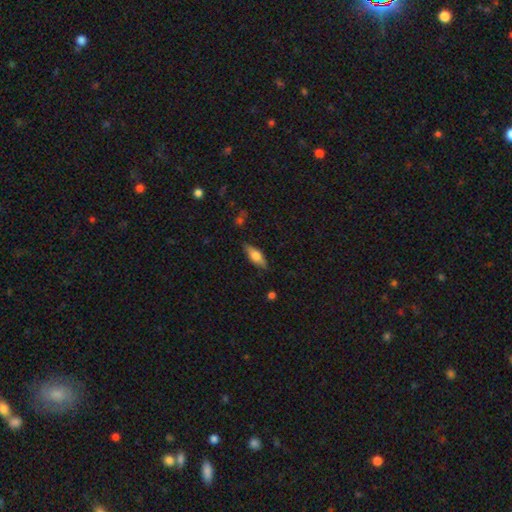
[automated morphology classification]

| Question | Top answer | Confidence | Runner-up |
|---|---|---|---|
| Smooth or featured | smooth | 58% | featured or disk (35%) |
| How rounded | in between | 62% | cigar-shaped (35%) |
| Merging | none | 84% | minor disturbance (12%) |